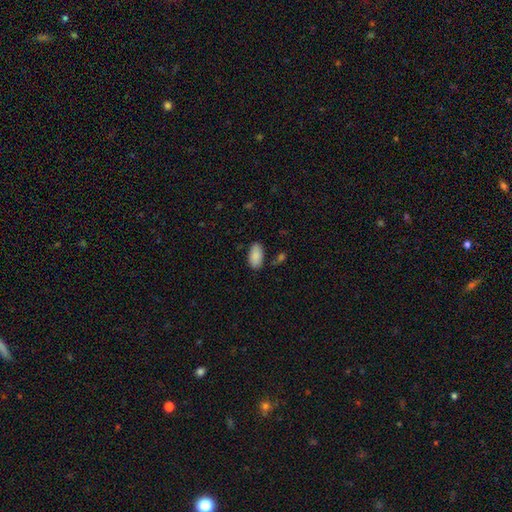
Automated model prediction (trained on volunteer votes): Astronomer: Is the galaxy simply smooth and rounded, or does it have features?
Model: smooth — 89%.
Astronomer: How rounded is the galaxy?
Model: in between — 94%.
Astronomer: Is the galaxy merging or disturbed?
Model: none — 81%.